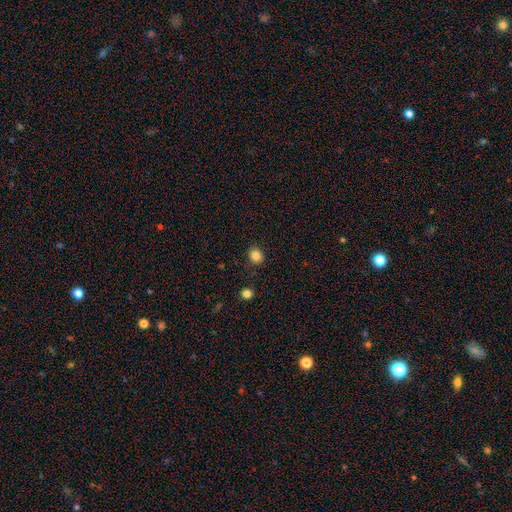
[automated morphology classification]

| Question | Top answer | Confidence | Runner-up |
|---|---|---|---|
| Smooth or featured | smooth | 84% | star or artifact (11%) |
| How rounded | round | 69% | in between (30%) |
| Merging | none | 88% | minor disturbance (8%) |